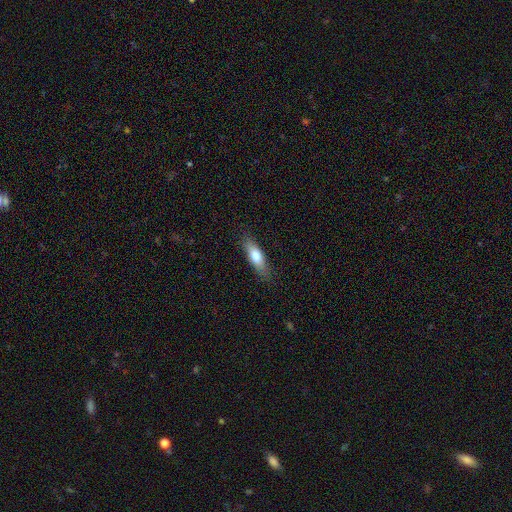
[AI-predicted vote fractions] Overall: smooth (71%). How rounded: cigar-shaped (51%; in between 47%). Merging: none (83%).